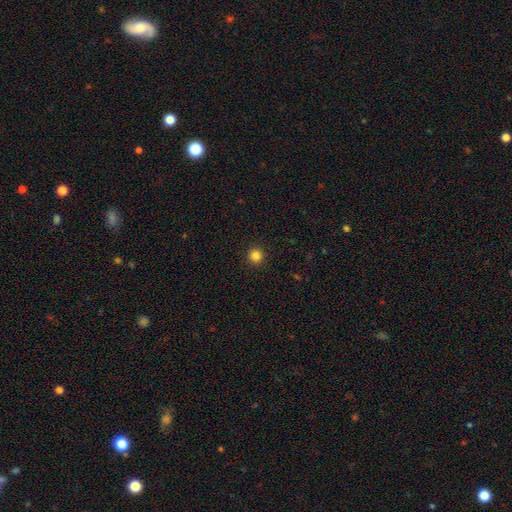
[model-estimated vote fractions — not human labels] Overall: smooth (84%). How rounded: round (94%). Merging: none (92%).